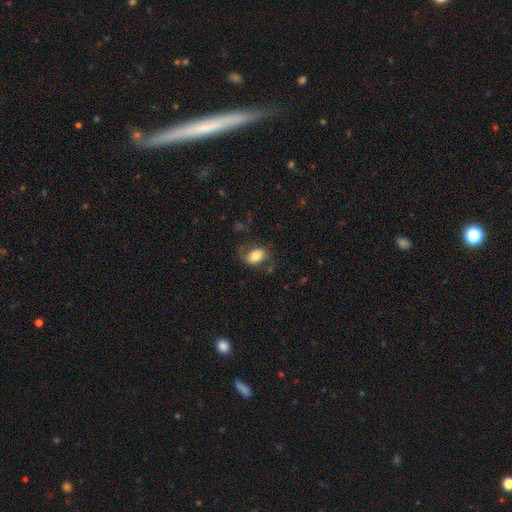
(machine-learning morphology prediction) Q: Smooth or featured?
A: smooth (70%); runner-up: featured or disk (22%)
Q: How rounded?
A: in between (80%); runner-up: round (18%)
Q: Merging?
A: none (55%); runner-up: minor disturbance (24%)